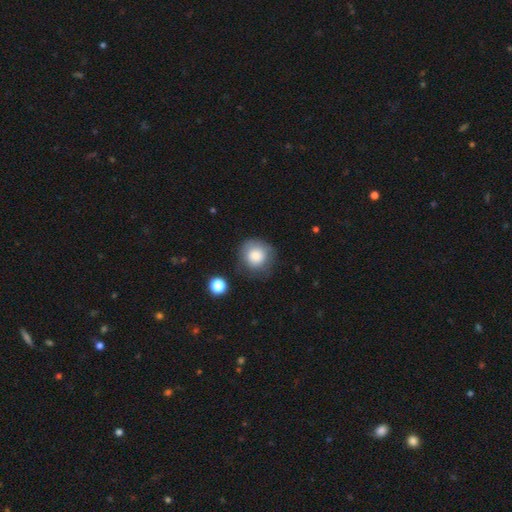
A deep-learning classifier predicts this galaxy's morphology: Overall: smooth (81%). How rounded: round (89%). Merging: none (70%).